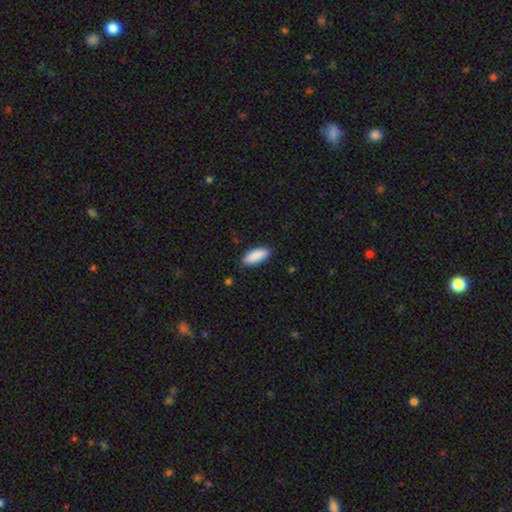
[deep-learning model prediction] smooth_or_featured: smooth (p=0.89) [alt: star or artifact p=0.06]
how_rounded: in between (p=0.79) [alt: cigar-shaped p=0.19]
merging: none (p=0.87) [alt: minor disturbance p=0.10]